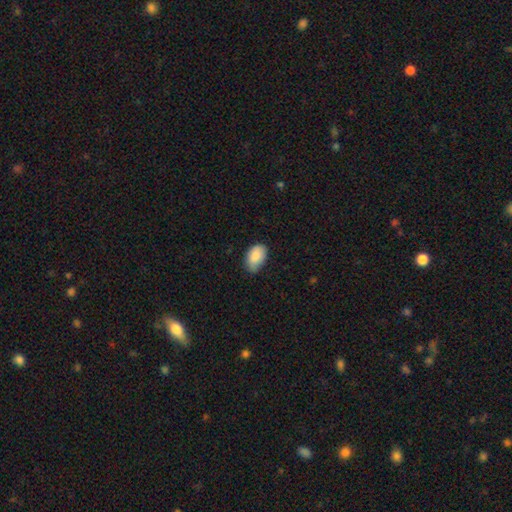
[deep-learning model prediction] Q: Smooth or featured?
A: smooth (87%); runner-up: star or artifact (7%)
Q: How rounded?
A: in between (92%); runner-up: round (7%)
Q: Merging?
A: none (67%); runner-up: minor disturbance (29%)